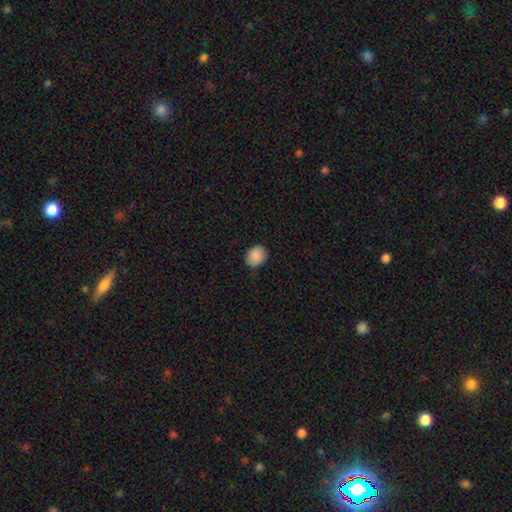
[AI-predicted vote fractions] smooth-or-featured: smooth: 89% | star or artifact: 8% | featured or disk: 4%
  how-rounded: round: 53% | in between: 46% | cigar-shaped: 1%
  merging: none: 85% | minor disturbance: 11% | major disturbance: 2% | merger: 1%